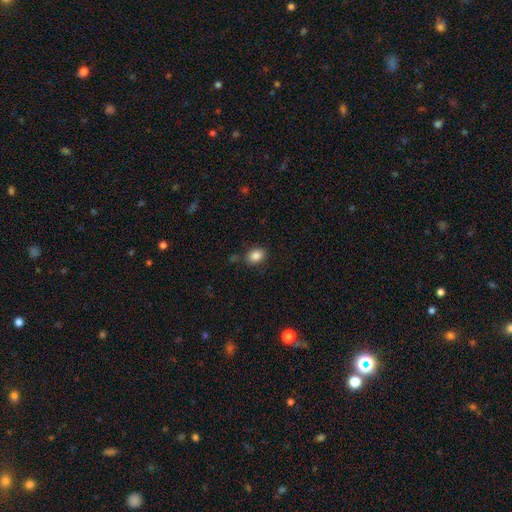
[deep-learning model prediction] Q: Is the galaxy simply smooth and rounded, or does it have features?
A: smooth — 86%.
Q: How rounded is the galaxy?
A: in between — 64%.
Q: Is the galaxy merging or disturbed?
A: none — 80%.